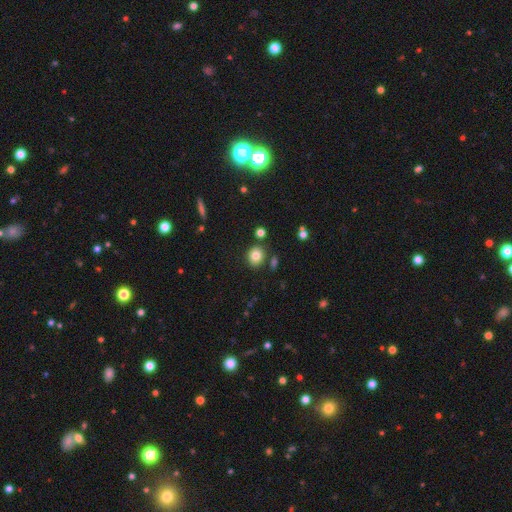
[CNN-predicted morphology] This is clearly a smooth galaxy (82%). How rounded: likely round (66%). Merging: clearly none (81%).